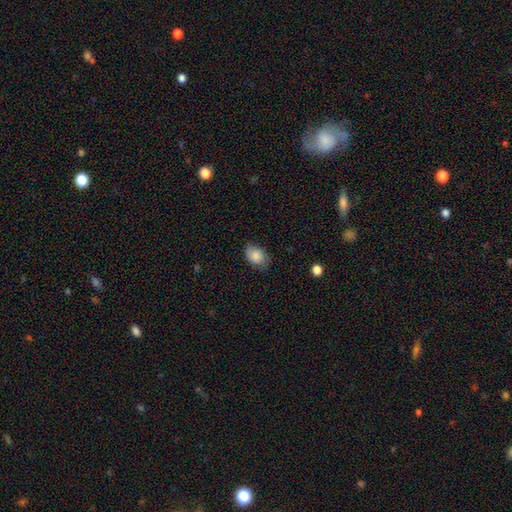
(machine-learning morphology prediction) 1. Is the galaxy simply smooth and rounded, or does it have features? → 83% smooth, 9% featured or disk, 8% star or artifact.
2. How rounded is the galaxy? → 82% in between, 17% round, 1% cigar-shaped.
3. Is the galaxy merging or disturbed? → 70% none, 23% minor disturbance, 5% major disturbance, 1% merger.